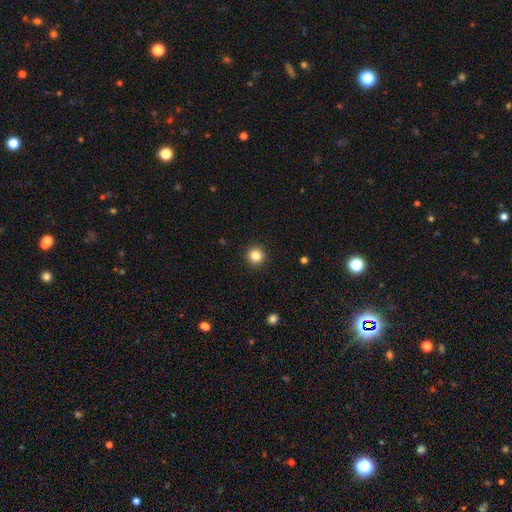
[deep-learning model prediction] Overall: smooth (85%). How rounded: round (95%). Merging: none (93%).